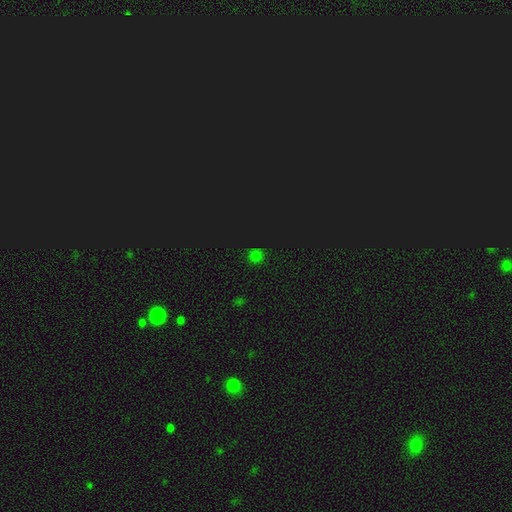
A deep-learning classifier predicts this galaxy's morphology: This appears to be a smooth galaxy with no disk features (65%) that is round (91%). Merging: none (87%).